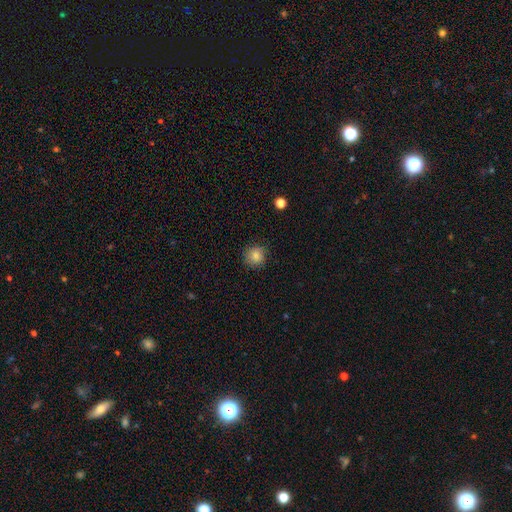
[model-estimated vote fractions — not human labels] A smooth galaxy with no disk features (84%) that is round (91%). Merging: none (84%).